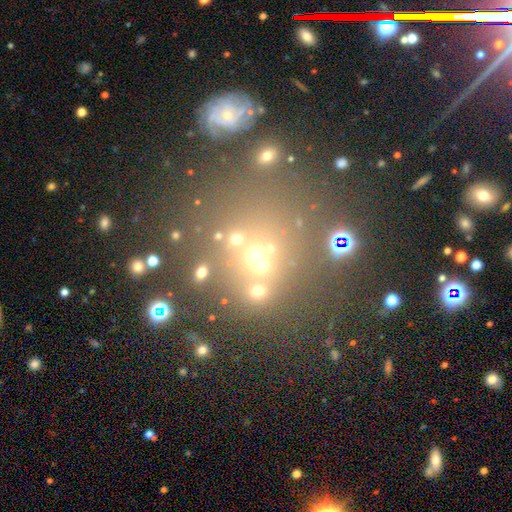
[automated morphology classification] The model was most divided on "smooth or featured": star or artifact: 48%, smooth: 37%, featured or disk: 15%.